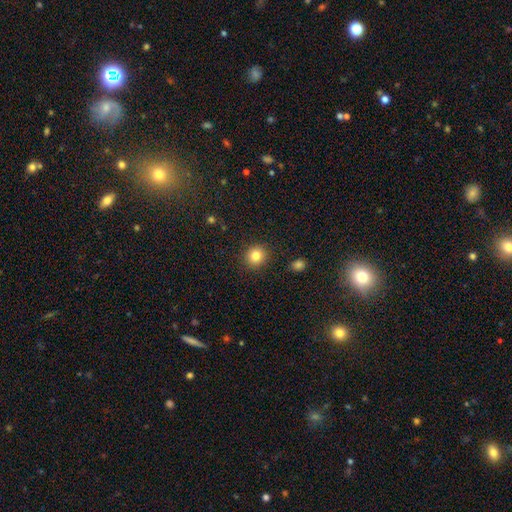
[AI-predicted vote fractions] Overall: smooth (83%). How rounded: round (88%). Merging: none (90%).